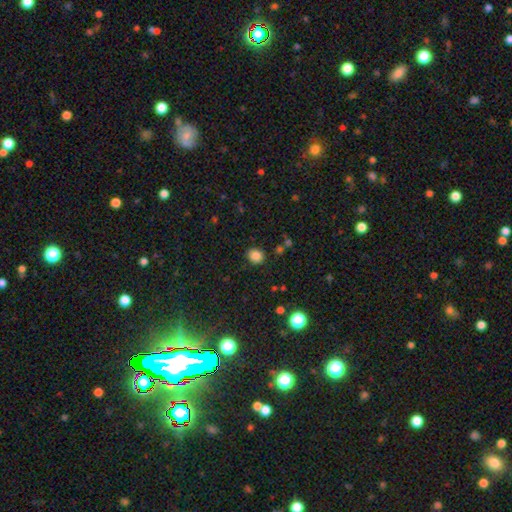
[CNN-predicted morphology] smooth 84%, star or artifact 12%, featured or disk 4%. Down the decision tree: how rounded — round (80%); merging — none (86%).